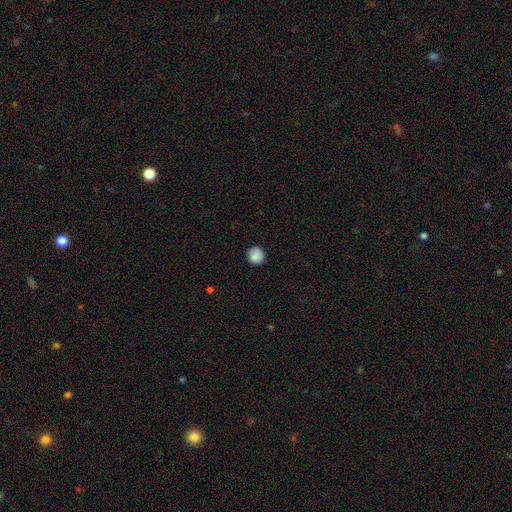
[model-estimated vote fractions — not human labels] Overall: smooth (83%). How rounded: round (90%). Merging: none (81%).